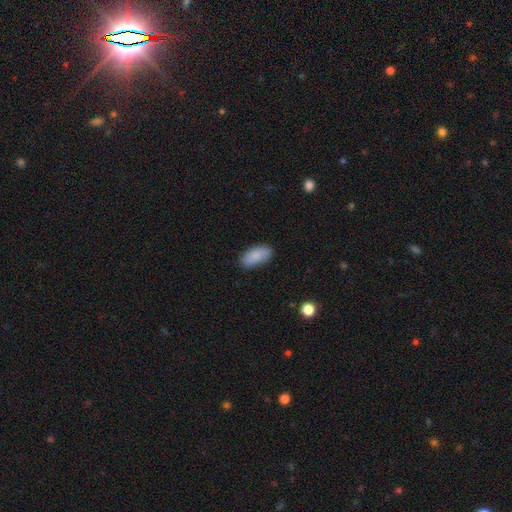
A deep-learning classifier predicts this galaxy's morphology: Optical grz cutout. It shows a smooth galaxy with no disk features (86%) that is in between round and cigar-shaped (92%). Merging: none (81%).